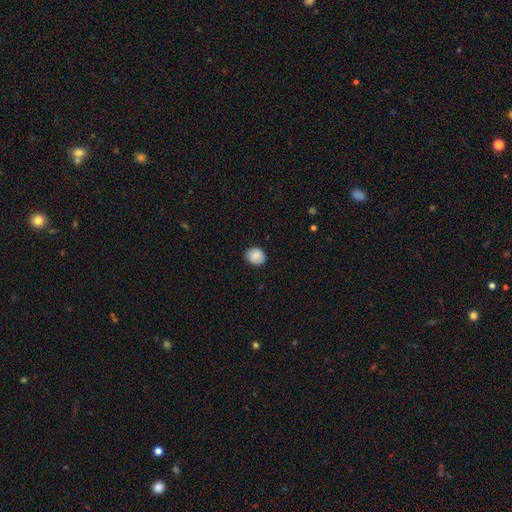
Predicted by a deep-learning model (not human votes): Smooth or featured? Predicted: smooth (p=0.84). How rounded? Predicted: round (p=0.71). Merging? Predicted: none (p=0.82).